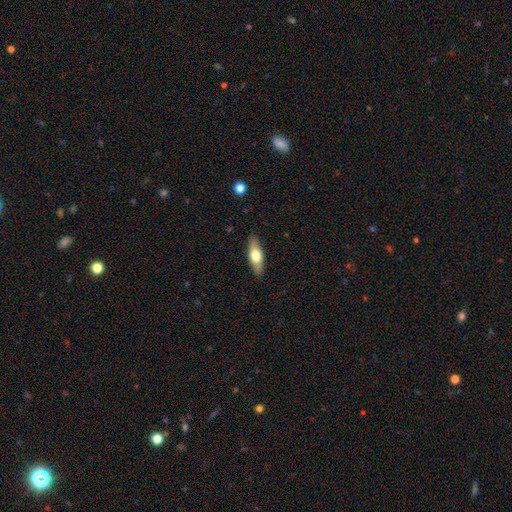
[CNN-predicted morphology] Smooth or featured: smooth — 56% (featured or disk — 38%)
How rounded: in between — 53% (cigar-shaped — 44%)
Merging: none — 88% (minor disturbance — 9%)